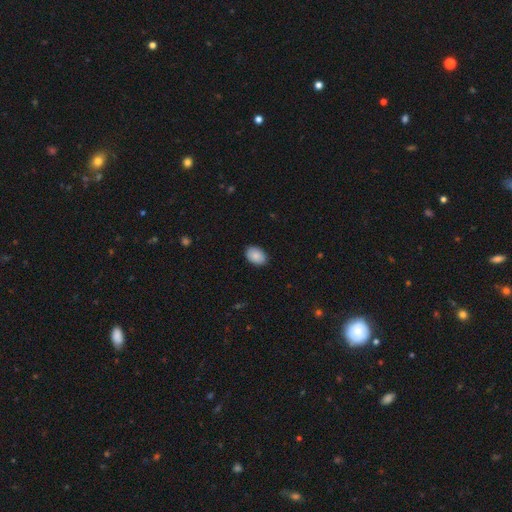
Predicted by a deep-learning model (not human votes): smooth-or-featured: smooth: 88% | star or artifact: 7% | featured or disk: 5%
  how-rounded: in between: 84% | round: 15% | cigar-shaped: 1%
  merging: none: 88% | minor disturbance: 9% | major disturbance: 2% | merger: 1%